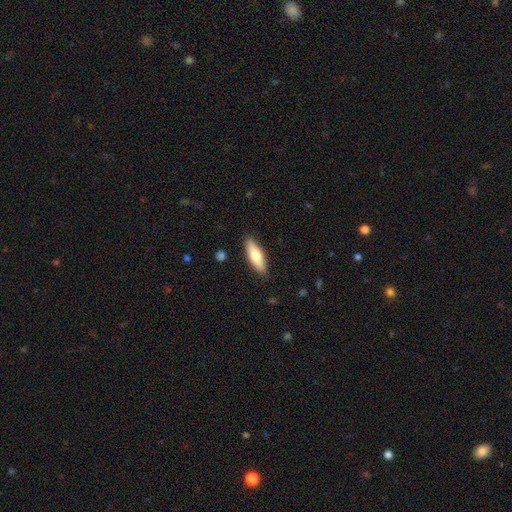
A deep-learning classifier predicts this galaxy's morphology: Smooth or featured?
  - smooth: 68% *
  - featured or disk: 27%
  - star or artifact: 6%
How rounded?
  - in between: 52% *
  - cigar-shaped: 46%
  - round: 2%
Merging?
  - none: 88% *
  - minor disturbance: 9%
  - major disturbance: 2%
  - merger: 1%